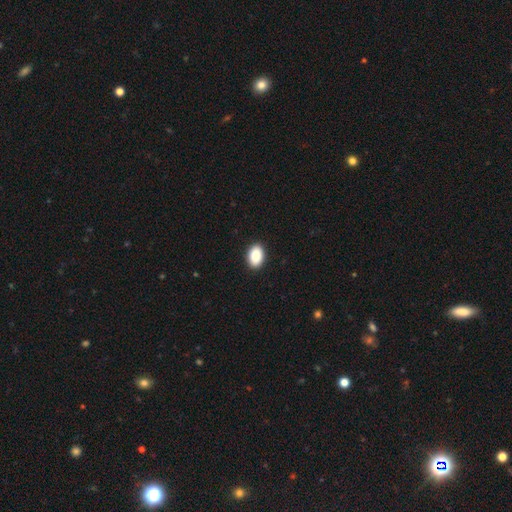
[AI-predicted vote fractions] smooth 90%, star or artifact 7%, featured or disk 3%. Down the decision tree: how rounded — in between (89%); merging — none (91%).